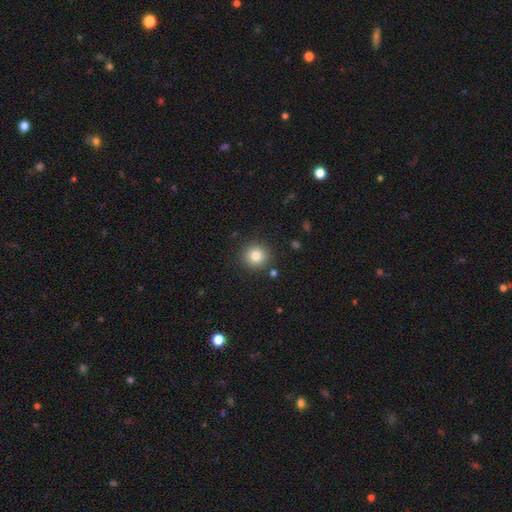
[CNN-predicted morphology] This appears to be a smooth galaxy with no disk features (82%) that is round (94%). Merging: none (89%).